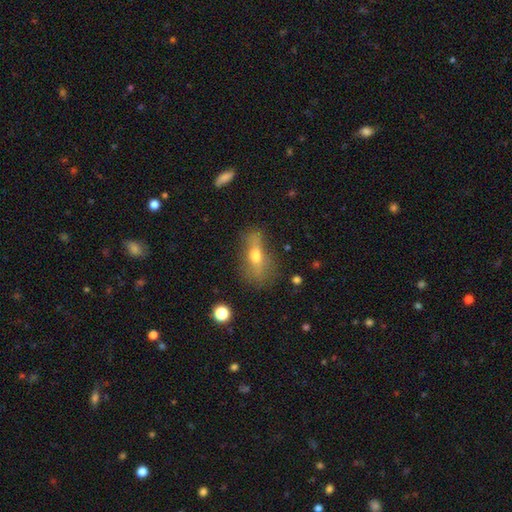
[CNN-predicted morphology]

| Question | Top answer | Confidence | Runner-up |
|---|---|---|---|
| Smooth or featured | smooth | 48% | featured or disk (39%) |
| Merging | none | 50% | minor disturbance (25%) |